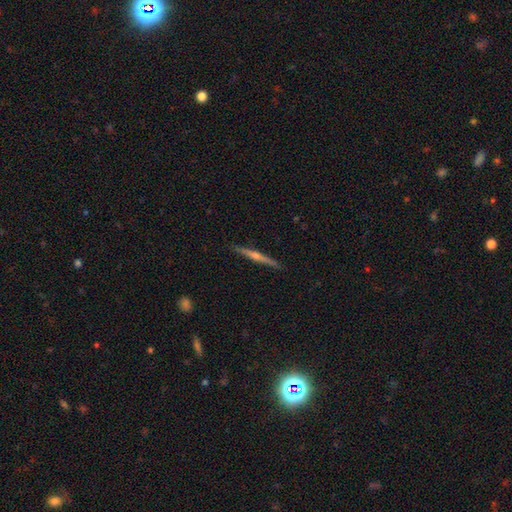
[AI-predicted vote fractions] Smooth or featured: featured or disk — 77% (smooth — 16%)
Edge-on disk: yes — 98% (no — 2%)
Edge-on bulge: rounded — 85% (none — 11%)
Merging: none — 91% (minor disturbance — 6%)